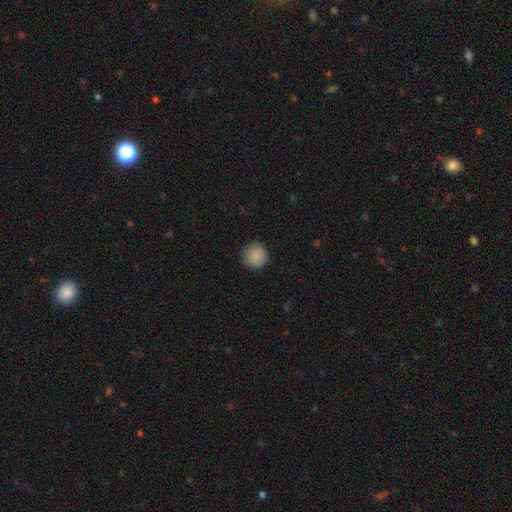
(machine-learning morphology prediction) type=smooth (88%); roundness=round (95%); merging=none (91%).